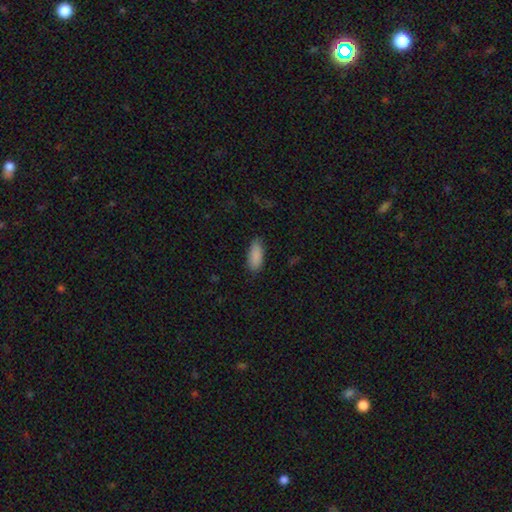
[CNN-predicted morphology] This appears to be a smooth galaxy with no disk features (88%) that is in between round and cigar-shaped (85%). Merging: none (77%).